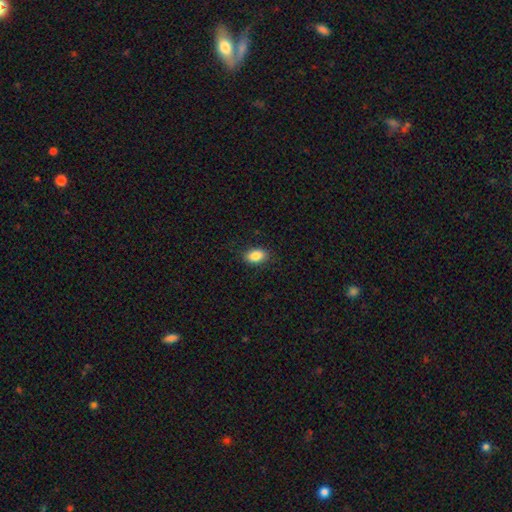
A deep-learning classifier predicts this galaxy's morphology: Smooth or featured? Predicted: smooth (p=0.87). How rounded? Predicted: in between (p=0.90). Merging? Predicted: none (p=0.87).